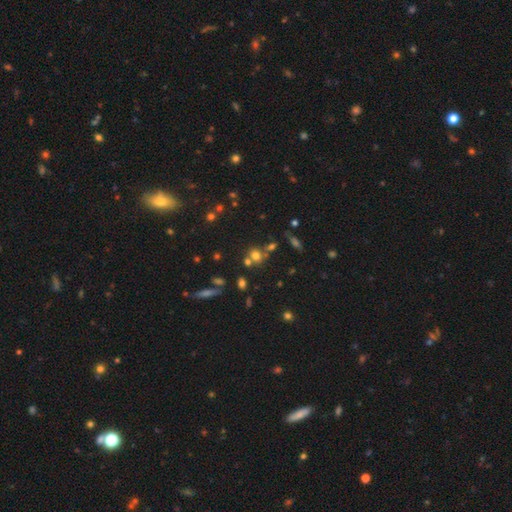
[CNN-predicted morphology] Overall: smooth (63%; star or artifact 23%). How rounded: round (75%). Merging: none (55%; merger 31%).